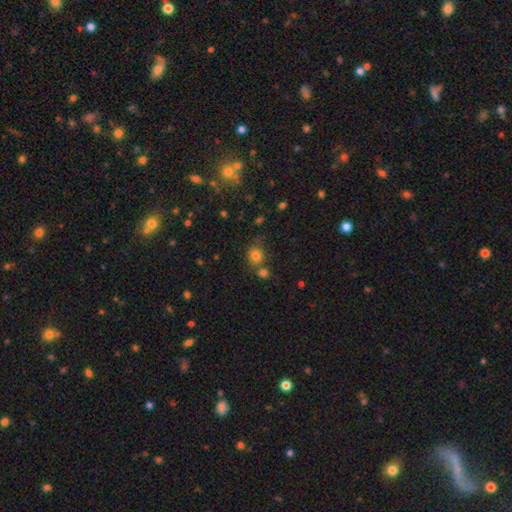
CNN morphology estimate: Smooth or featured? smooth (79%)
How rounded? round (83%)
Merging? none (61%)